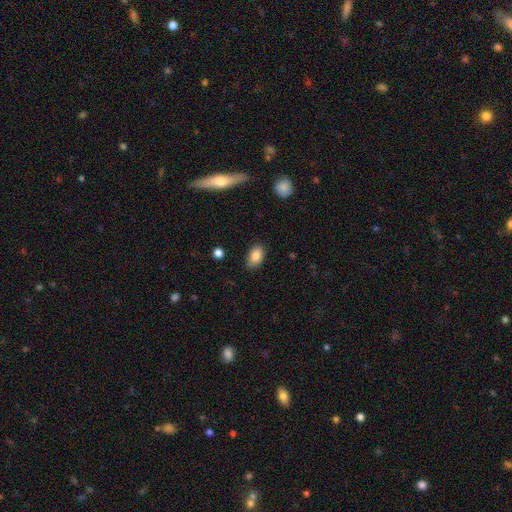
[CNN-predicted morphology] type=smooth (85%); roundness=in between (89%); merging=none (80%).